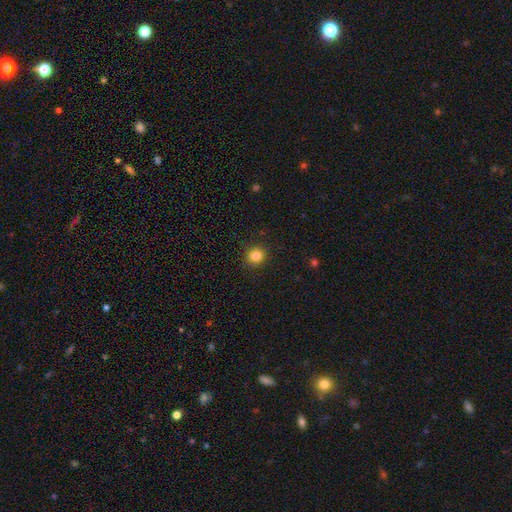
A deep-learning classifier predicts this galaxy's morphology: This is clearly a smooth galaxy (85%). How rounded: clearly round (87%). Merging: clearly none (90%).